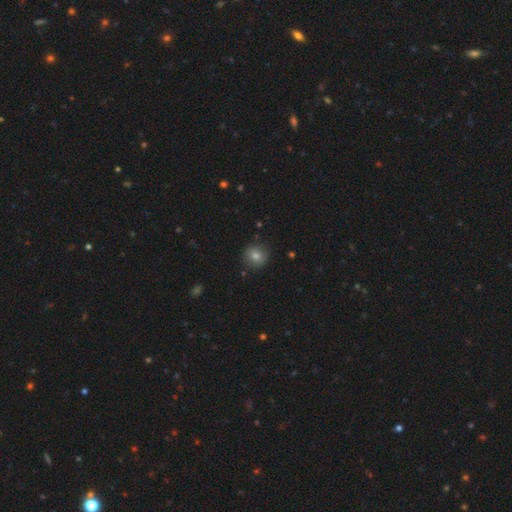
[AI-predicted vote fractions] smooth-or-featured: smooth: 77% | star or artifact: 14% | featured or disk: 9%
  how-rounded: round: 91% | in between: 8% | cigar-shaped: 1%
  merging: none: 88% | minor disturbance: 8% | major disturbance: 2% | merger: 1%